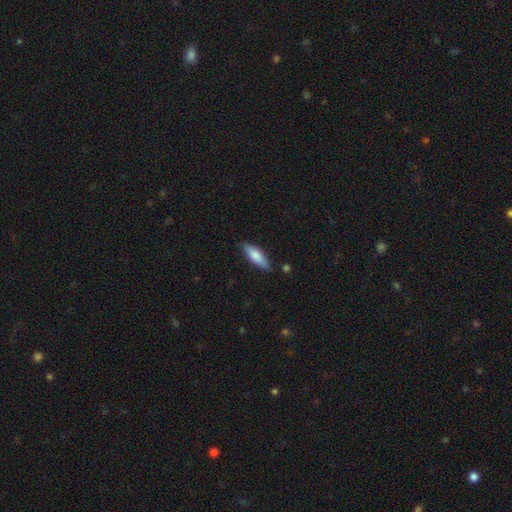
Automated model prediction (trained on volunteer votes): smooth_or_featured: smooth (p=0.77) [alt: featured or disk p=0.17]
how_rounded: in between (p=0.55) [alt: cigar-shaped p=0.43]
merging: none (p=0.79) [alt: minor disturbance p=0.16]